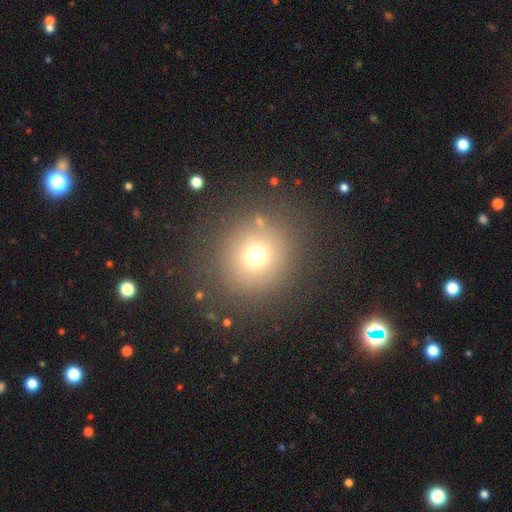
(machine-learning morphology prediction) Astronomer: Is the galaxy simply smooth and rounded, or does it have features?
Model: smooth — 70%.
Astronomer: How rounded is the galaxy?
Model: round — 93%.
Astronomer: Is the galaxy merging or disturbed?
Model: none — 85%.